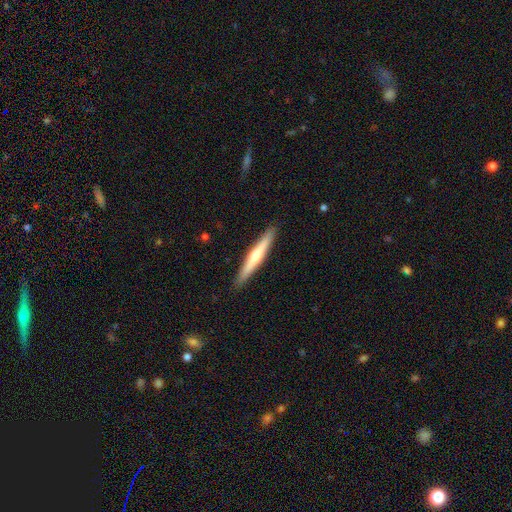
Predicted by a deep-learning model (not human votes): Smooth or featured? Predicted: featured or disk (p=0.54). Edge-on disk? Predicted: yes (p=0.97). Edge-on bulge? Predicted: rounded (p=0.79). Merging? Predicted: none (p=0.92).